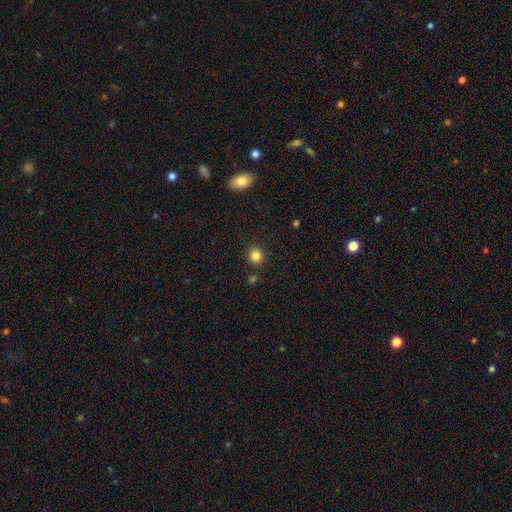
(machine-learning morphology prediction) Smooth or featured: smooth — 83% (star or artifact — 12%)
How rounded: round — 91% (in between — 8%)
Merging: none — 88% (minor disturbance — 7%)